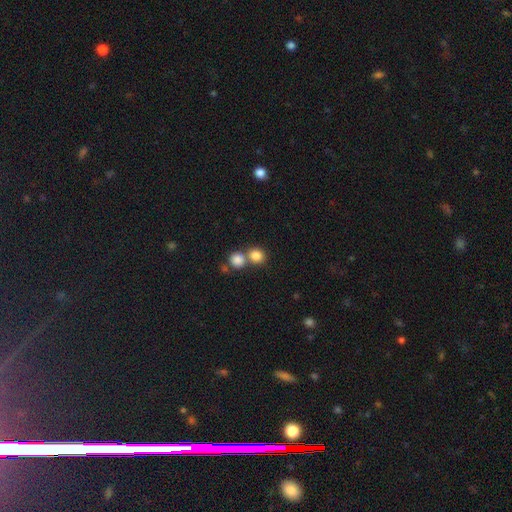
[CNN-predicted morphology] smooth-or-featured: smooth: 83% | star or artifact: 10% | featured or disk: 7%
  how-rounded: round: 81% | in between: 18% | cigar-shaped: 1%
  merging: none: 49% | merger: 42% | minor disturbance: 7% | major disturbance: 3%